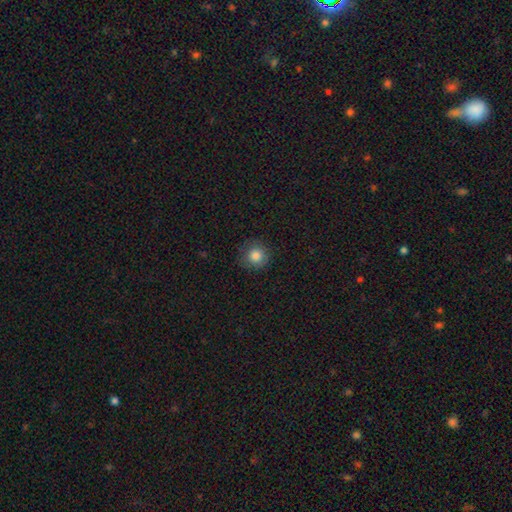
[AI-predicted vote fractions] Q: Smooth or featured?
A: smooth (84%); runner-up: star or artifact (11%)
Q: How rounded?
A: round (93%); runner-up: in between (6%)
Q: Merging?
A: none (84%); runner-up: minor disturbance (12%)